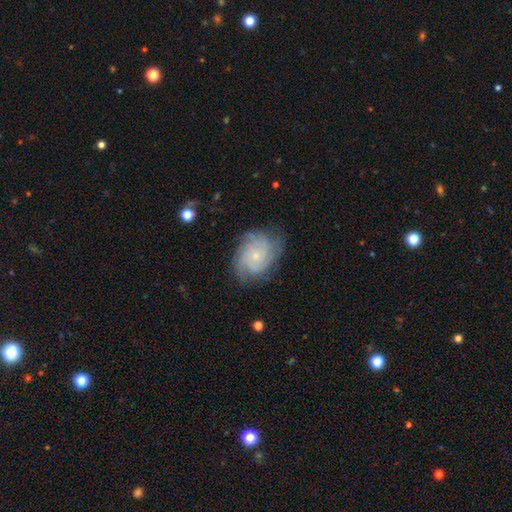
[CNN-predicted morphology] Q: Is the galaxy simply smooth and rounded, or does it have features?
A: featured or disk — 72%.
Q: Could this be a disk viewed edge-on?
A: no — 97%.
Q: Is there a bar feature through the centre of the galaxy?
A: no — 81%.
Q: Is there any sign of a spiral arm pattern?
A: yes — 93%.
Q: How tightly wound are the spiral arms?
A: tight — 59%.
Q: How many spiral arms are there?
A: can't tell — 36%.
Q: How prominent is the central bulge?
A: small — 78%.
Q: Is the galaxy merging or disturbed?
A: none — 72%.